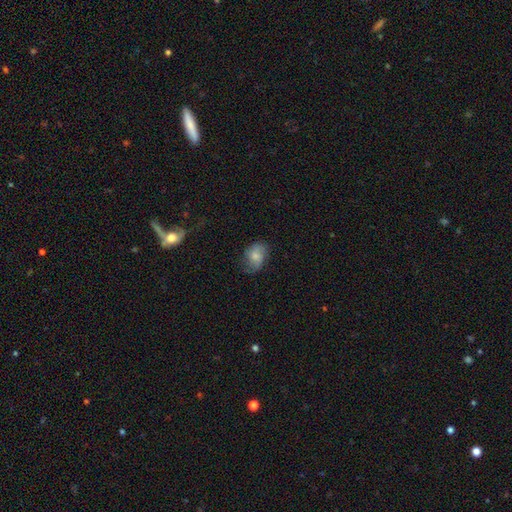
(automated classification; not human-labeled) A smooth galaxy with no disk features (60%) that is in between round and cigar-shaped (70%).

Vote fractions:
- Smooth or featured? smooth: 60% / featured or disk: 31% / star or artifact: 8%
- How rounded? in between: 70% / round: 29% / cigar-shaped: 1%
- Merging? none: 58% / minor disturbance: 28% / major disturbance: 13% / merger: 1%